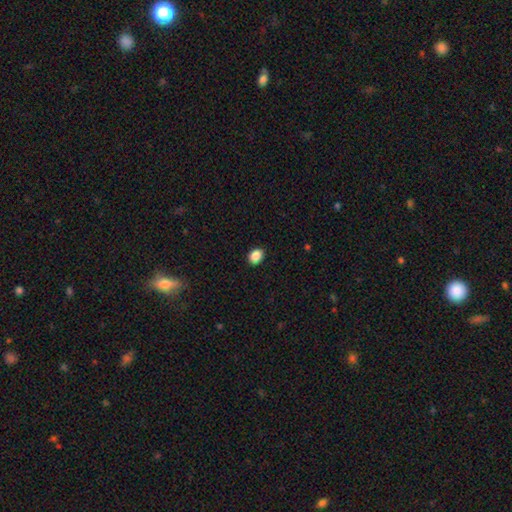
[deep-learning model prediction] smooth-or-featured: smooth: 89% | star or artifact: 8% | featured or disk: 3%
  how-rounded: in between: 66% | round: 33% | cigar-shaped: 1%
  merging: none: 90% | minor disturbance: 7% | major disturbance: 2% | merger: 1%